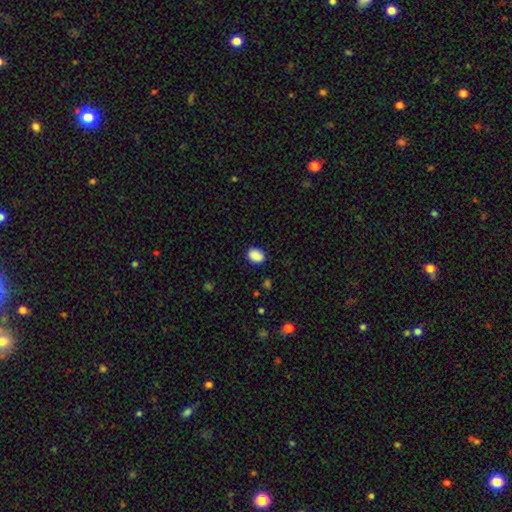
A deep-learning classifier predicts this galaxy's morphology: A smooth galaxy with no disk features (89%) that is in between round and cigar-shaped (73%). Merging: none (86%).